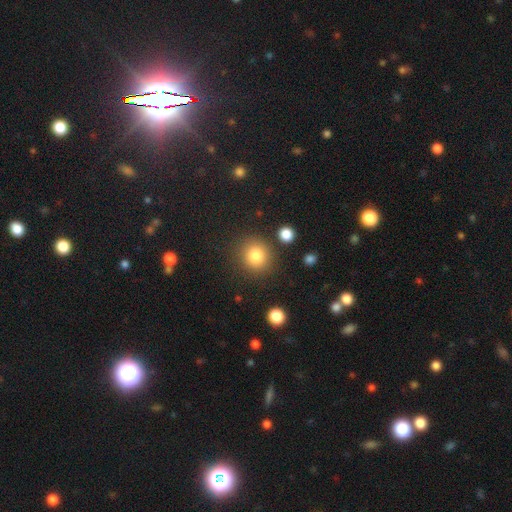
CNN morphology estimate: Smooth or featured?
  - smooth: 82% *
  - star or artifact: 11%
  - featured or disk: 7%
How rounded?
  - round: 88% *
  - in between: 11%
  - cigar-shaped: 1%
Merging?
  - none: 85% *
  - minor disturbance: 8%
  - merger: 4%
  - major disturbance: 3%